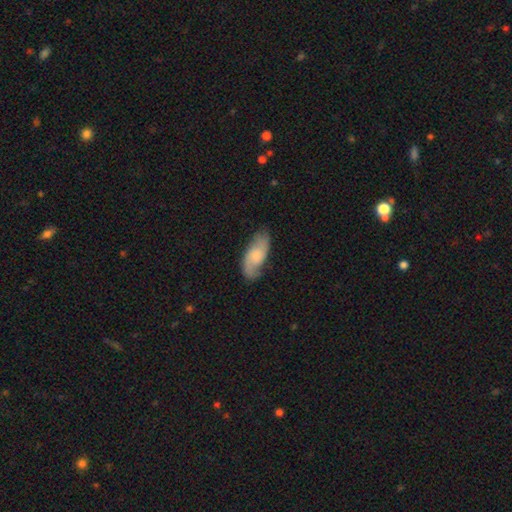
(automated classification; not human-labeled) smooth_or_featured: featured or disk (p=0.49) [alt: smooth p=0.45]
merging: none (p=0.69) [alt: minor disturbance p=0.22]